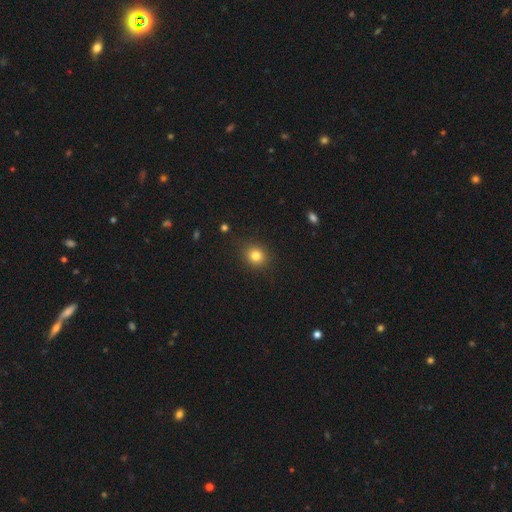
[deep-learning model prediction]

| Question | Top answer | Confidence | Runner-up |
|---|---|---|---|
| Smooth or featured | smooth | 81% | star or artifact (12%) |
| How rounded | round | 78% | in between (21%) |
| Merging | none | 88% | minor disturbance (8%) |